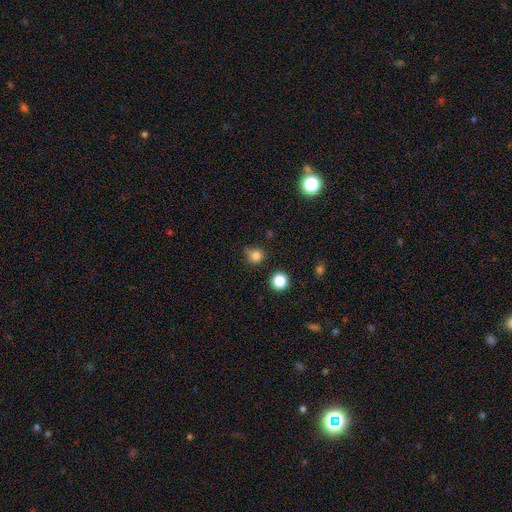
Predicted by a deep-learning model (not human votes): This appears to be a smooth galaxy with no disk features (79%) that is round (88%). Merging: none (64%).